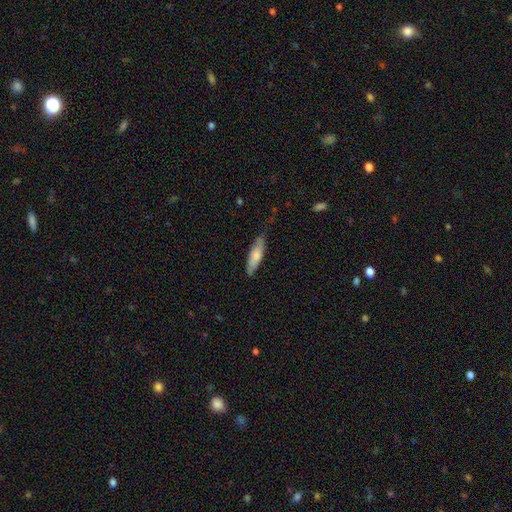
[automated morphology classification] Q: Smooth or featured?
A: smooth (71%); runner-up: featured or disk (24%)
Q: How rounded?
A: cigar-shaped (54%); runner-up: in between (44%)
Q: Merging?
A: none (74%); runner-up: minor disturbance (21%)